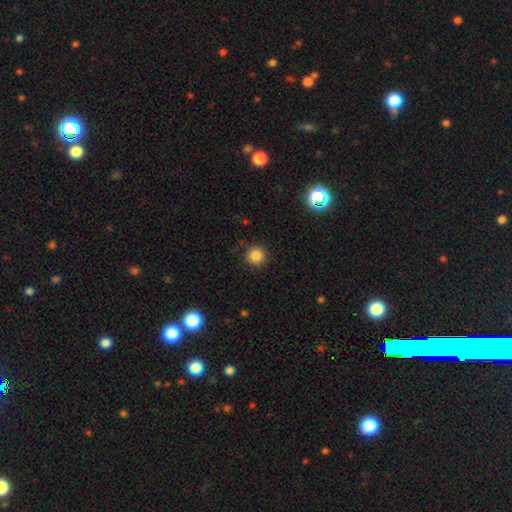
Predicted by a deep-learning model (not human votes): Smooth or featured? Predicted: smooth (p=0.85). How rounded? Predicted: round (p=0.94). Merging? Predicted: none (p=0.90).